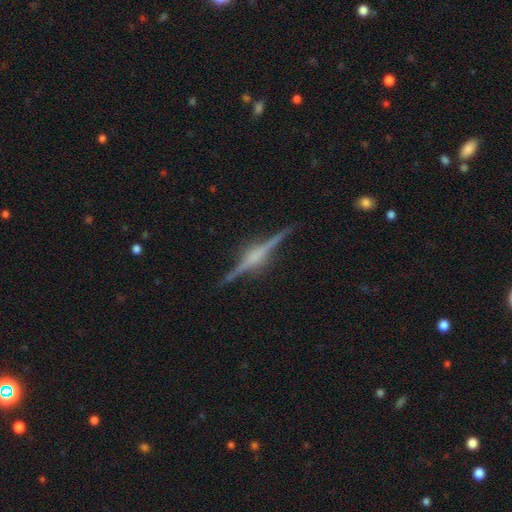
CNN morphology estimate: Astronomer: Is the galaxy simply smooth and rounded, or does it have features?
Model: featured or disk — 87%.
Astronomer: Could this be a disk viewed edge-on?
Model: yes — 98%.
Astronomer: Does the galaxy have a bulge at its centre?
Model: rounded — 72%.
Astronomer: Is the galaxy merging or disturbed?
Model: none — 89%.